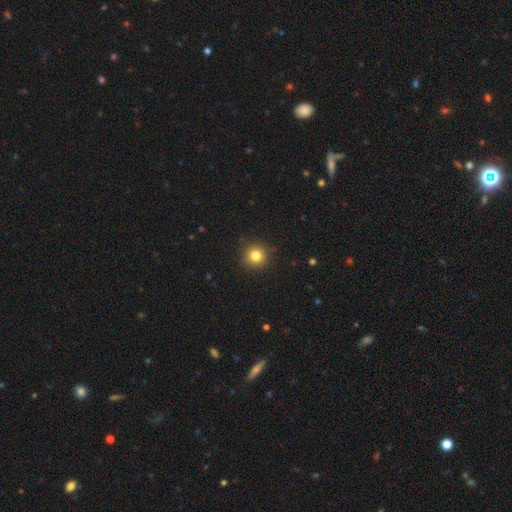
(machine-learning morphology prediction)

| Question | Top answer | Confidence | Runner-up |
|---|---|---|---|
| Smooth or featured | smooth | 81% | star or artifact (13%) |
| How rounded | round | 93% | in between (6%) |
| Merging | none | 90% | minor disturbance (7%) |